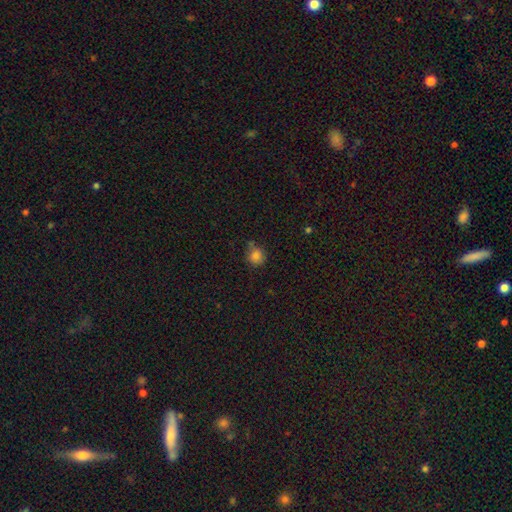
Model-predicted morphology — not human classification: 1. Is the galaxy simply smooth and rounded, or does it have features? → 82% smooth, 12% star or artifact, 6% featured or disk.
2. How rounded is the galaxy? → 88% round, 11% in between, 1% cigar-shaped.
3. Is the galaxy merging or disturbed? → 68% none, 20% minor disturbance, 8% merger, 4% major disturbance.